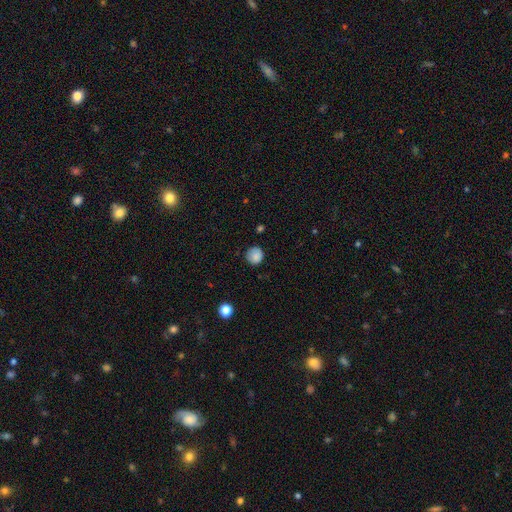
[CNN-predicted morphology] Overall: smooth (85%). How rounded: round (90%). Merging: none (80%).